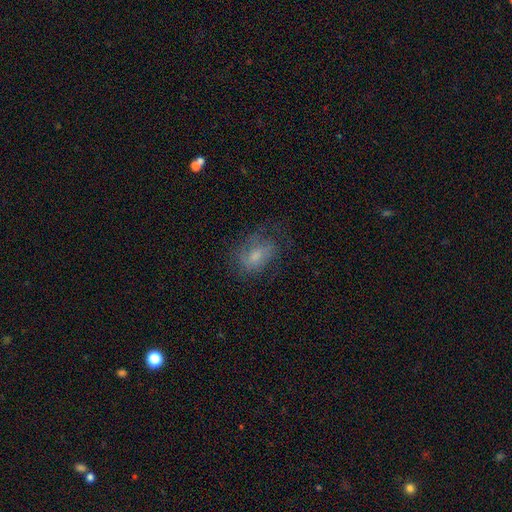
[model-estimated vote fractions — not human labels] smooth_or_featured: smooth (p=0.54) [alt: featured or disk p=0.35]
how_rounded: in between (p=0.78) [alt: round p=0.20]
merging: none (p=0.53) [alt: minor disturbance p=0.24]